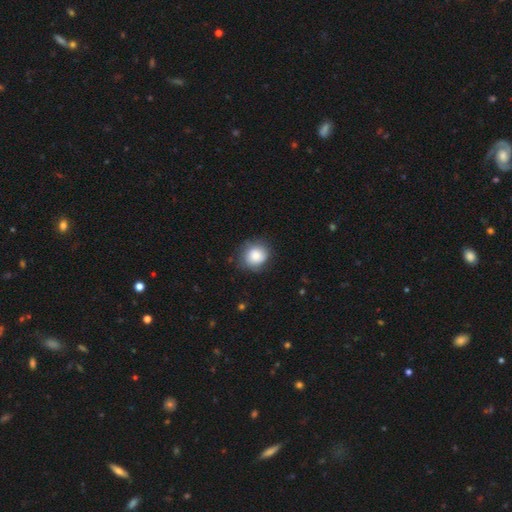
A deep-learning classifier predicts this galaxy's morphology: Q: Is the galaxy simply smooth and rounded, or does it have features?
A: smooth — 83%.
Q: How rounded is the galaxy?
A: round — 83%.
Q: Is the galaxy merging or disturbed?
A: none — 74%.